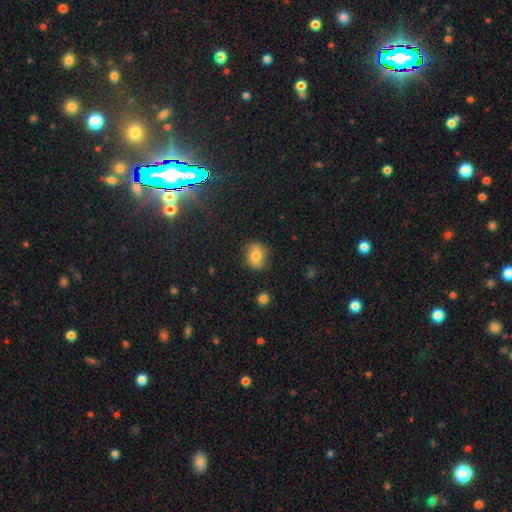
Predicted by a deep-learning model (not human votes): A smooth galaxy with no disk features (77%) that is round (59%). Merging: none (80%).